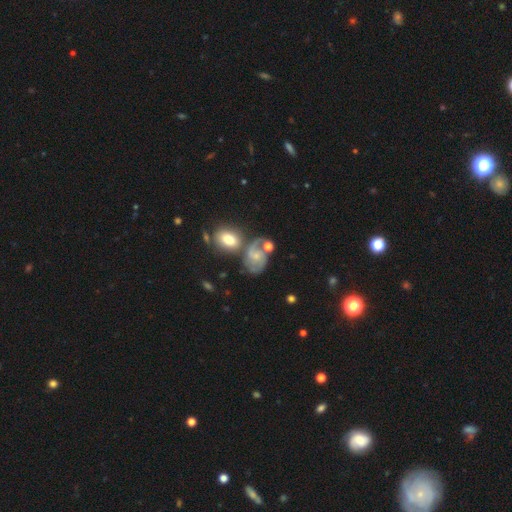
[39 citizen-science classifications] smooth_or_featured: featured or disk (p=0.82) [alt: smooth p=0.13]
disk_edge_on: no (p=0.97) [alt: yes p=0.03]
bar: no (p=0.58) [alt: weak p=0.35]
has_spiral_arms: yes (p=0.94) [alt: no p=0.06]
spiral_winding: loose (p=0.59) [alt: medium p=0.34]
spiral_arm_count: 2 (p=0.90) [alt: 1 p=0.10]
bulge_size: small (p=0.55) [alt: moderate p=0.32]
merging: none (p=0.46) [alt: minor disturbance p=0.27]